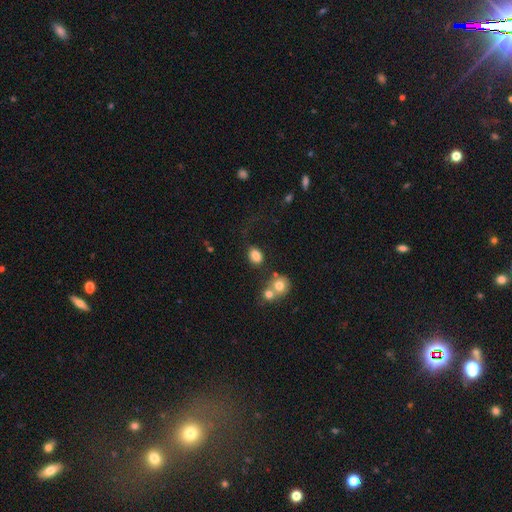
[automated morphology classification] type=smooth (83%); roundness=in between (70%); merging=none (66%).